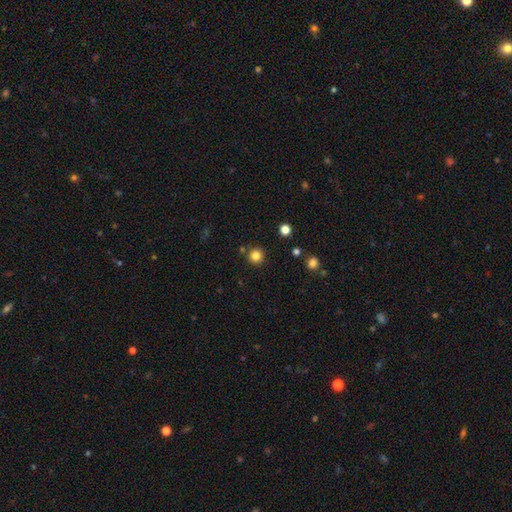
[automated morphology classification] Smooth or featured? smooth (82%)
How rounded? round (95%)
Merging? none (88%)